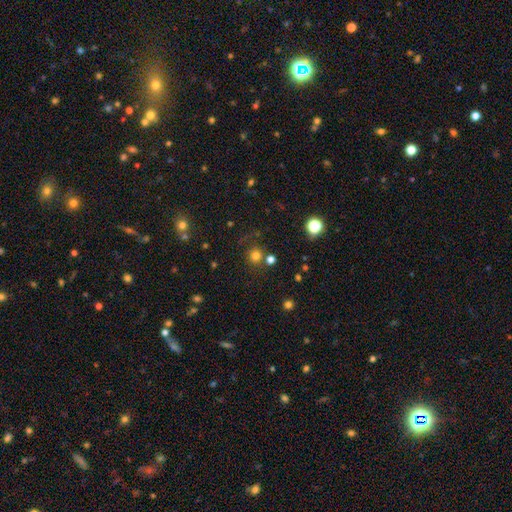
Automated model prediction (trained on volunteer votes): The model was most divided on "smooth or featured": smooth: 73%, star or artifact: 20%, featured or disk: 7%. More confident: how rounded — round (92%); merging — none (75%).